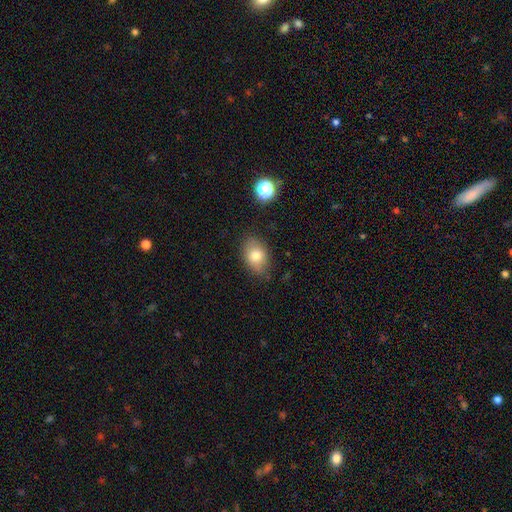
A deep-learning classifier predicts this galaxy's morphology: type=smooth (77%); roundness=in between (79%); merging=none (79%).